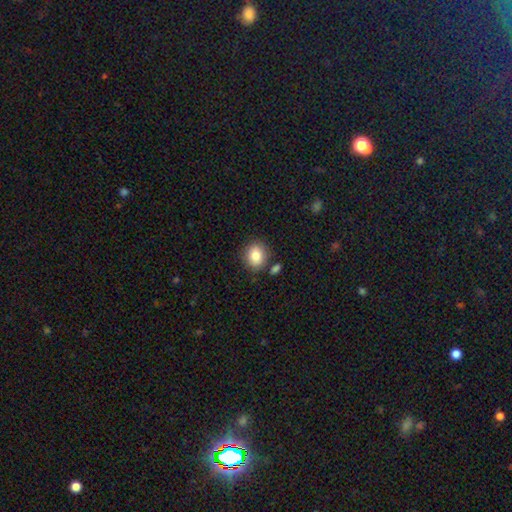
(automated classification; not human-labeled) Morphology: type=smooth (84%); roundness=round (64%); merging=none (79%).